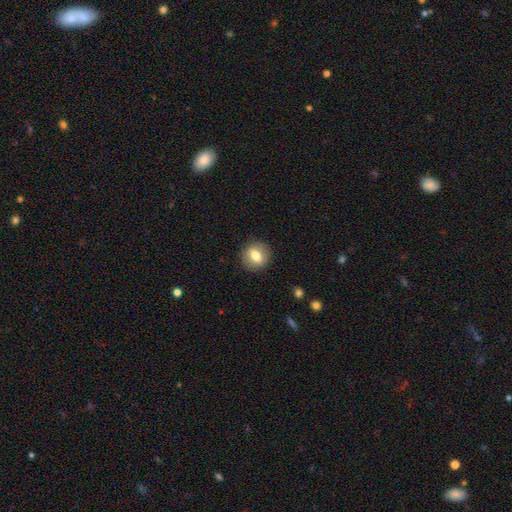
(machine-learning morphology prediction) Smooth or featured? Predicted: smooth (p=0.70). How rounded? Predicted: round (p=0.75). Merging? Predicted: none (p=0.89).